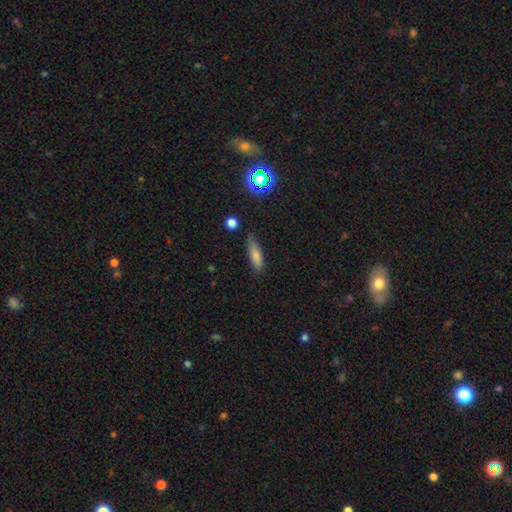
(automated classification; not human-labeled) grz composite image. It shows a smooth galaxy with no disk features (76%) that is in between round and cigar-shaped (50%). Merging: none (68%).